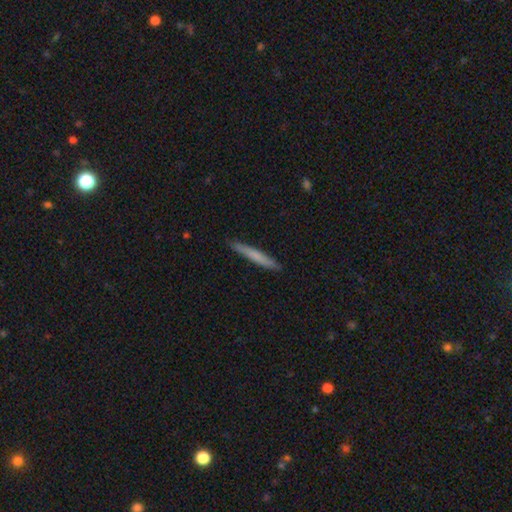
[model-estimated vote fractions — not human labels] Smooth or featured? Predicted: smooth (p=0.67). How rounded? Predicted: cigar-shaped (p=0.96). Merging? Predicted: none (p=0.90).